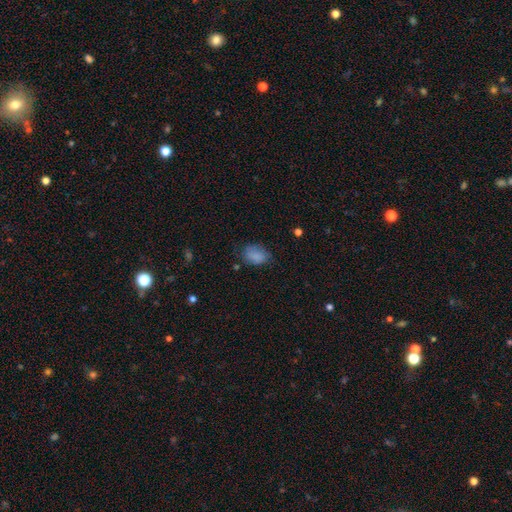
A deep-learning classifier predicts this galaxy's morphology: Overall: smooth (81%). How rounded: in between (76%). Merging: none (64%; minor disturbance 26%).